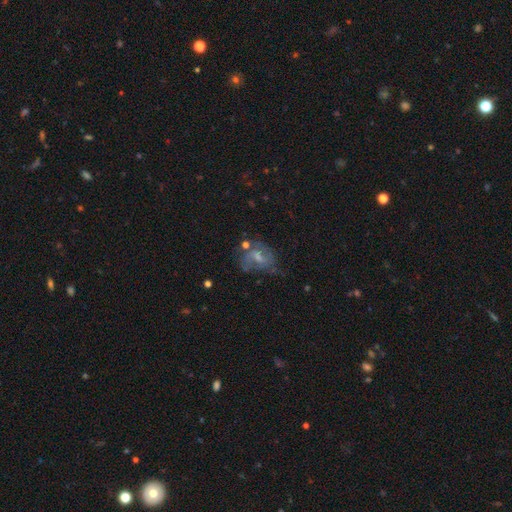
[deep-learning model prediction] Q: Smooth or featured?
A: featured or disk (61%); runner-up: smooth (24%)
Q: Edge-on disk?
A: no (96%); runner-up: yes (4%)
Q: Bar?
A: weak (48%); runner-up: no (40%)
Q: Spiral arms?
A: yes (71%); runner-up: no (29%)
Q: Bulge size?
A: moderate (43%); runner-up: small (39%)
Q: Merging?
A: none (47%); runner-up: minor disturbance (23%)